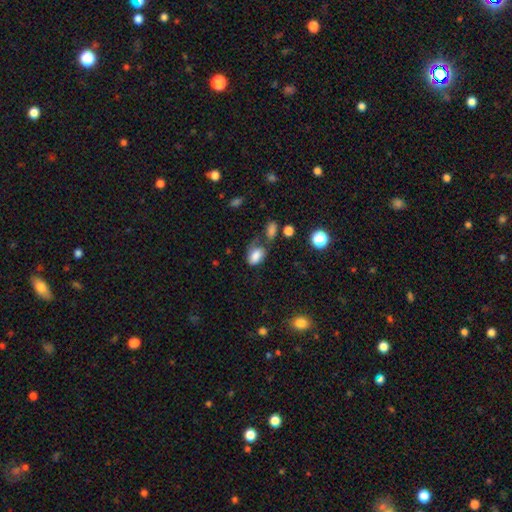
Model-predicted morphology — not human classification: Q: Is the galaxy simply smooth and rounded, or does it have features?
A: smooth — 78%.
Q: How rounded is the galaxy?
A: in between — 86%.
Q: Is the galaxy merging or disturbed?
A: none — 37%.